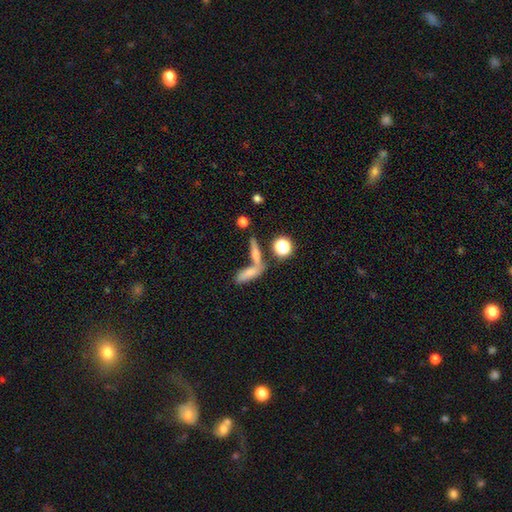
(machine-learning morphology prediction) A smooth galaxy with no disk features (56%) that is cigar-shaped (55%).

Vote fractions:
- Smooth or featured? smooth: 56% / featured or disk: 27% / star or artifact: 16%
- How rounded? cigar-shaped: 55% / in between: 33% / round: 11%
- Merging? none: 44% / merger: 39% / minor disturbance: 10% / major disturbance: 6%